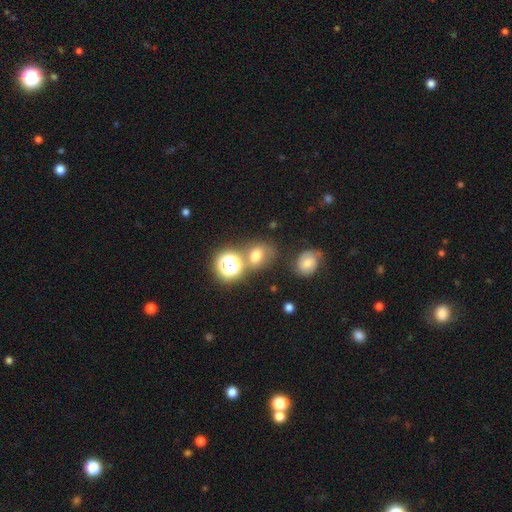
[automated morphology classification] Smooth or featured: smooth — 65% (star or artifact — 21%)
How rounded: round — 53% (in between — 46%)
Merging: none — 56% (merger — 20%)